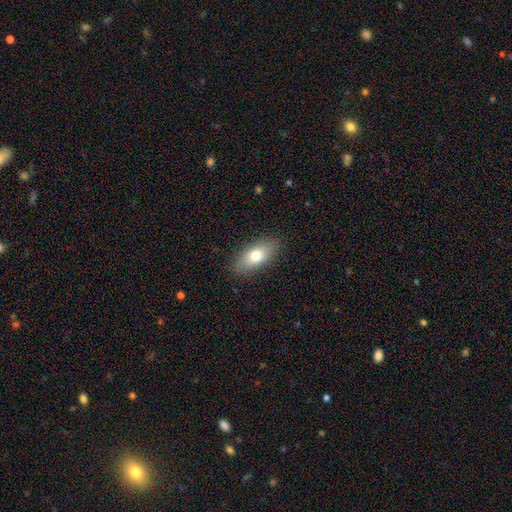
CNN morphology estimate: Smooth or featured? Predicted: smooth (p=0.74). How rounded? Predicted: in between (p=0.83). Merging? Predicted: none (p=0.87).